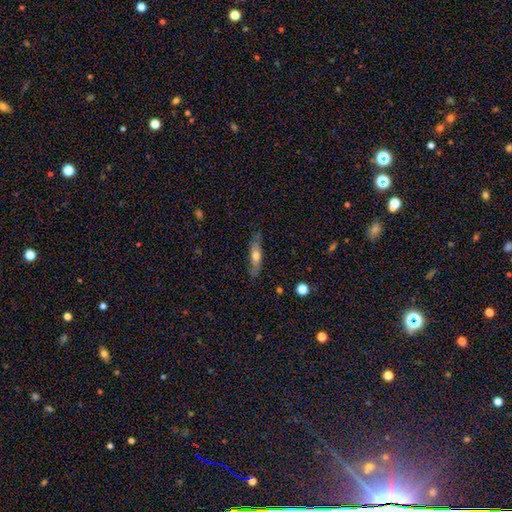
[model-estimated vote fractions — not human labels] A smooth galaxy with no disk features (52%) that is cigar-shaped (65%). Merging: none (79%).